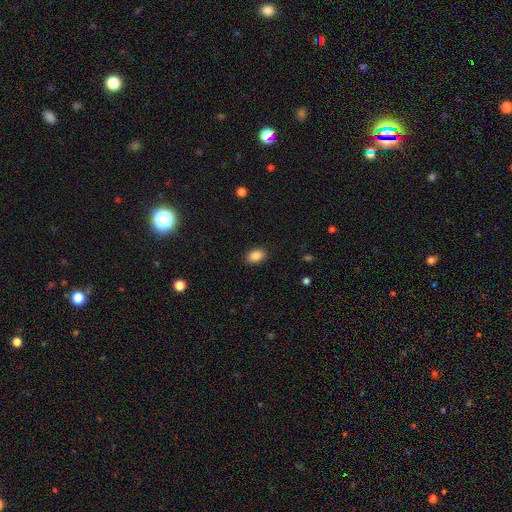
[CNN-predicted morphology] A smooth galaxy with no disk features (87%) that is in between round and cigar-shaped (86%).

Vote fractions:
- Smooth or featured? smooth: 87% / star or artifact: 8% / featured or disk: 4%
- How rounded? in between: 86% / round: 13% / cigar-shaped: 1%
- Merging? none: 88% / minor disturbance: 9% / major disturbance: 2% / merger: 1%